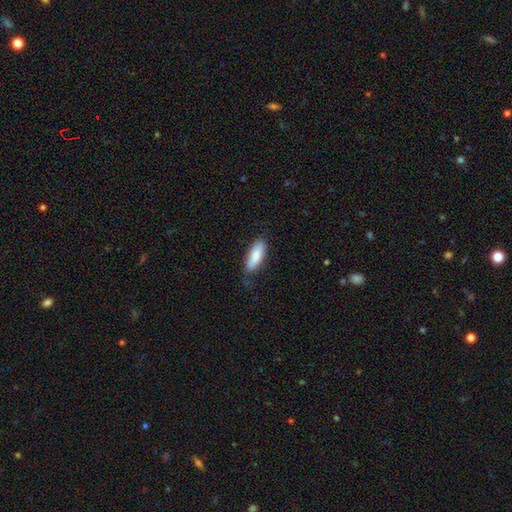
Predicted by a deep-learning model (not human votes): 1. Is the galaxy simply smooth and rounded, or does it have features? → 84% smooth, 10% featured or disk, 6% star or artifact.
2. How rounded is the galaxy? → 68% in between, 31% cigar-shaped, 2% round.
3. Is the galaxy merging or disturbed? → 76% none, 20% minor disturbance, 3% major disturbance, 1% merger.